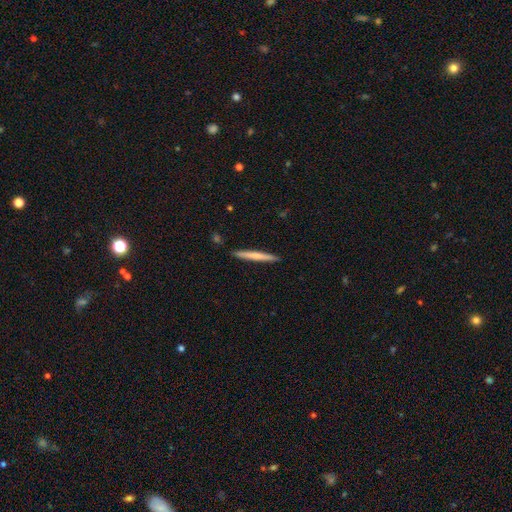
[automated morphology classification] Q: Smooth or featured?
A: smooth (62%); runner-up: featured or disk (33%)
Q: How rounded?
A: cigar-shaped (97%); runner-up: in between (2%)
Q: Merging?
A: none (91%); runner-up: minor disturbance (6%)